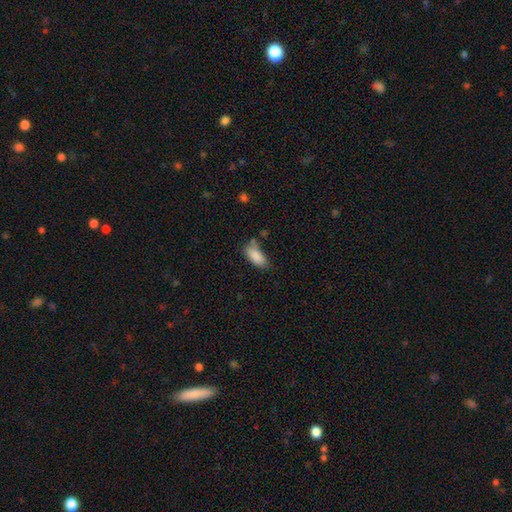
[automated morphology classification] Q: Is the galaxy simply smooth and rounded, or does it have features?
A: smooth — 87%.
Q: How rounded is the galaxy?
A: in between — 88%.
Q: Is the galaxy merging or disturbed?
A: none — 56%.